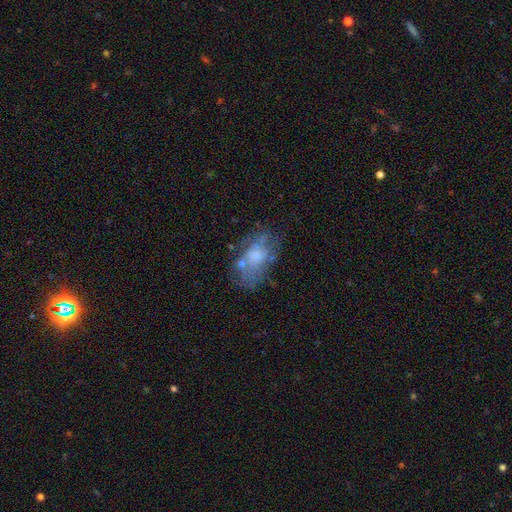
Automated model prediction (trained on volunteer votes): Smooth or featured: featured or disk — 51% (smooth — 39%)
Edge-on disk: no — 95% (yes — 5%)
Merging: none — 50% (minor disturbance — 24%)